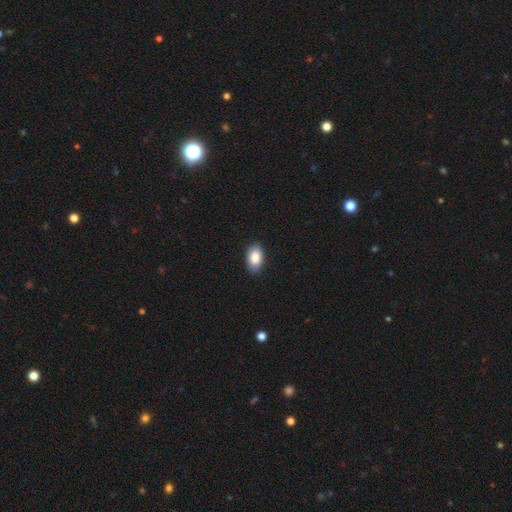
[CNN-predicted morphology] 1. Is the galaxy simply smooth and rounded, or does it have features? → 86% smooth, 7% featured or disk, 7% star or artifact.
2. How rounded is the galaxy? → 92% in between, 6% round, 1% cigar-shaped.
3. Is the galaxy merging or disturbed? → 87% none, 10% minor disturbance, 2% major disturbance, 1% merger.